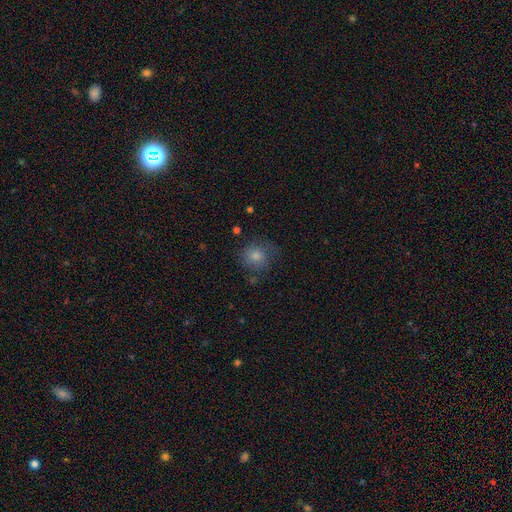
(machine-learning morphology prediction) This appears to be a smooth galaxy with no disk features (65%) that is round (86%). Merging: none (71%).